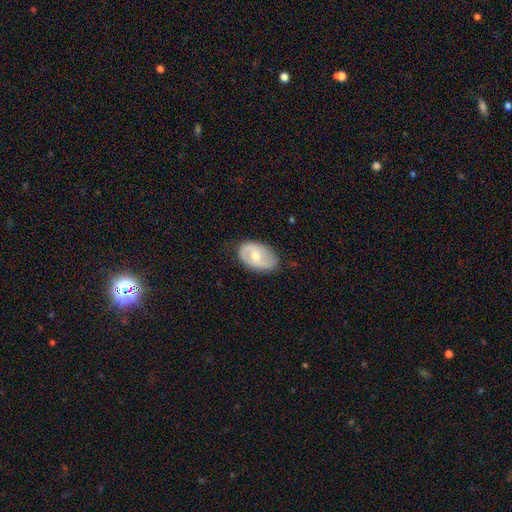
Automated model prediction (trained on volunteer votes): Smooth or featured: featured or disk — 54% (smooth — 41%)
Edge-on disk: no — 95% (yes — 5%)
Bar: weak — 46% (no — 39%)
Spiral arms: yes — 68% (no — 32%)
Bulge size: moderate — 60% (small — 35%)
Merging: none — 77% (minor disturbance — 18%)